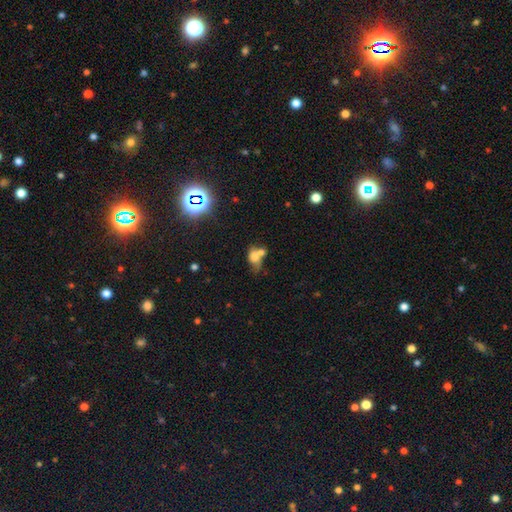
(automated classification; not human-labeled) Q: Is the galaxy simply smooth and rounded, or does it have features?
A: smooth — 66%.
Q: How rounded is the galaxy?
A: in between — 68%.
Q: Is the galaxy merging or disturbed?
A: merger — 53%.